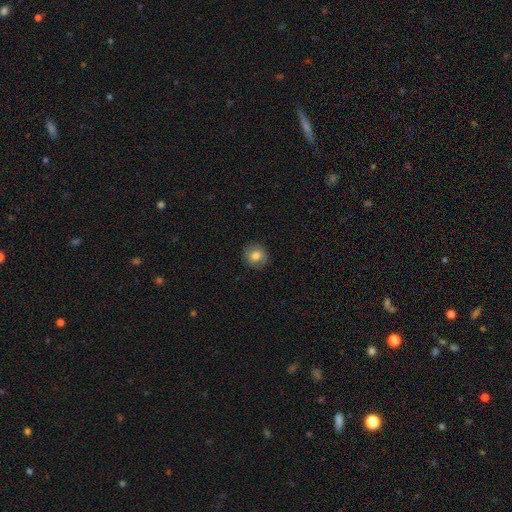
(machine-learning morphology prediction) Smooth or featured: smooth — 77% (featured or disk — 13%)
How rounded: round — 88% (in between — 11%)
Merging: none — 89% (minor disturbance — 8%)